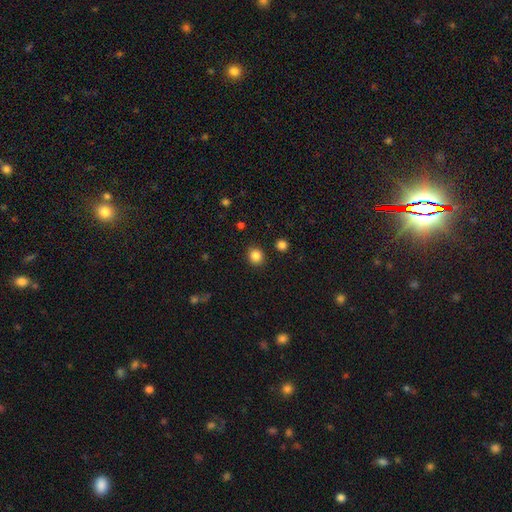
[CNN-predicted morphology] This is clearly a smooth galaxy (85%). How rounded: clearly round (86%). Merging: clearly none (90%).